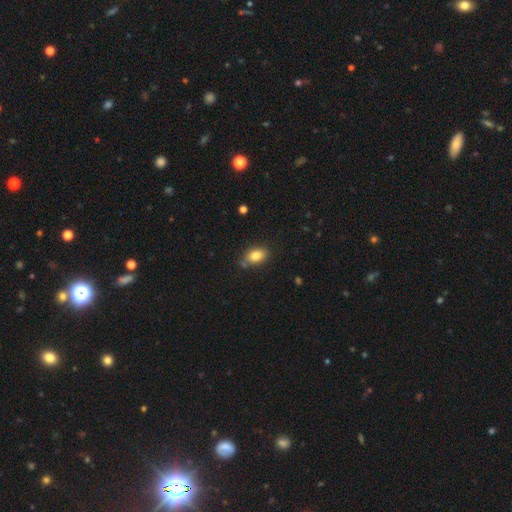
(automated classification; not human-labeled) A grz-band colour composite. It shows a smooth galaxy with no disk features (82%) that is in between round and cigar-shaped (83%). Merging: none (76%).